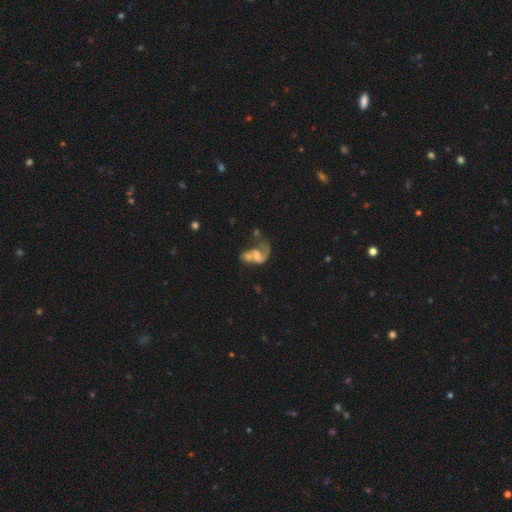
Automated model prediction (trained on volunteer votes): Morphology: type=featured or disk (61%); edge-on=no (97%); bar=no (63%); spiral arms=yes (68%); bulge=moderate (34%); merging=merger (43%).